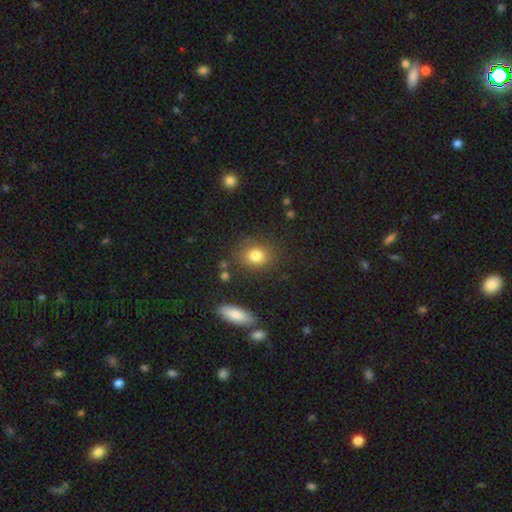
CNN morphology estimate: This is clearly a smooth galaxy (81%). How rounded: possibly round (54%). Merging: clearly none (81%).